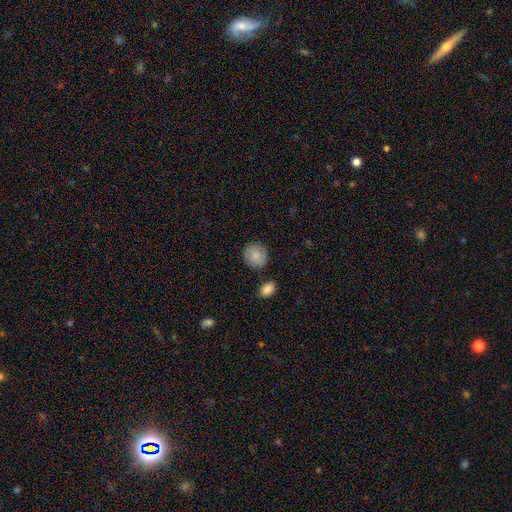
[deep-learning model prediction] smooth 85%, featured or disk 9%, star or artifact 6%. Down the decision tree: how rounded — round (89%); merging — none (84%).